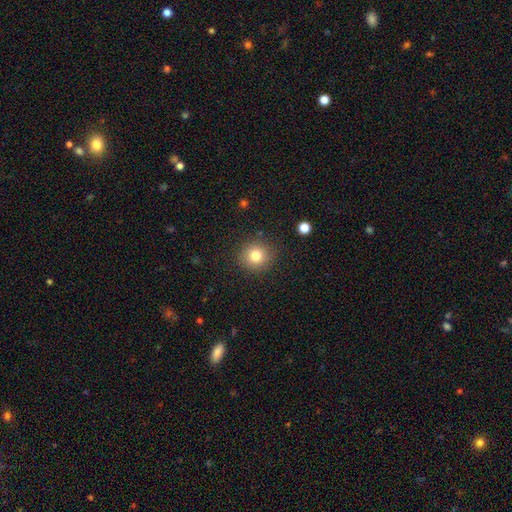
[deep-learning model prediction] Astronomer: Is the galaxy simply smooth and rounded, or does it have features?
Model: smooth — 80%.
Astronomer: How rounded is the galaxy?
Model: round — 91%.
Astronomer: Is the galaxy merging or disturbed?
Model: none — 88%.